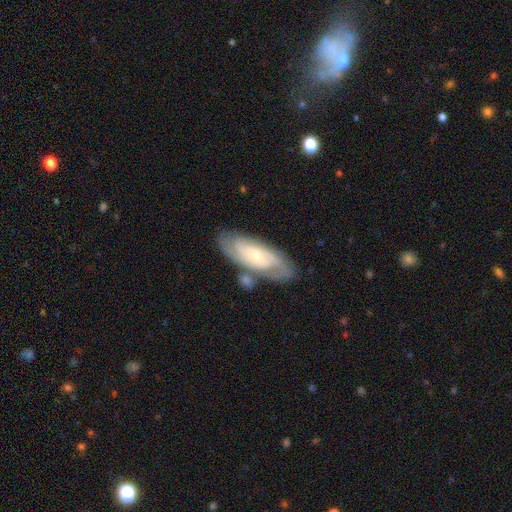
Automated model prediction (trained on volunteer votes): Morphology: type=featured or disk (72%); edge-on=no (89%); bar=no (63%); spiral arms=yes (90%); winding=tight (56%); arm count=2 (54%); bulge=small (64%); merging=none (66%).